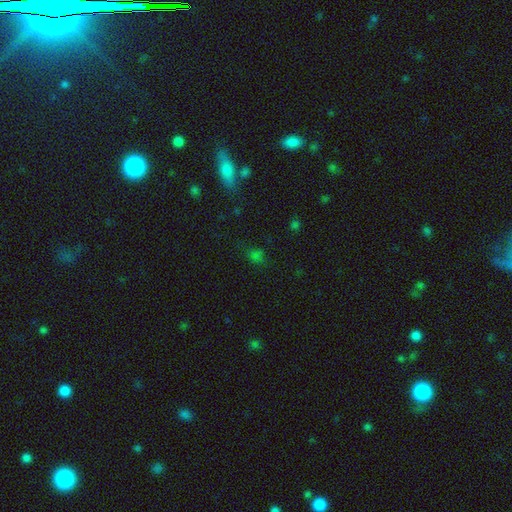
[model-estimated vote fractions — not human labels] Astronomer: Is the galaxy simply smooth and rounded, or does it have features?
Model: smooth — 60%.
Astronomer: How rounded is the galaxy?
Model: in between — 53% (runner-up: round, 44%).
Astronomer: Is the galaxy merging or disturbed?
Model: none — 68%.